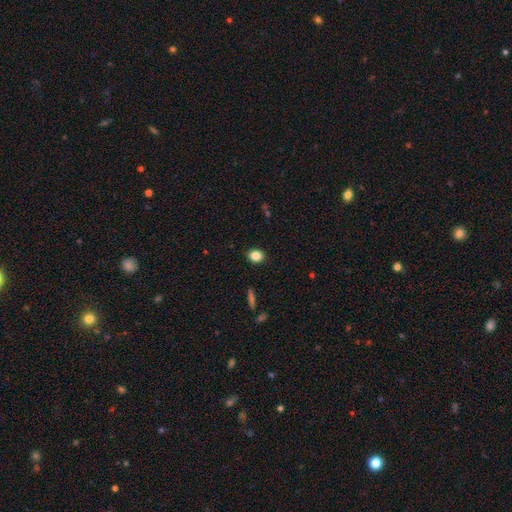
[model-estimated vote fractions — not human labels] A smooth galaxy with no disk features (84%) that is round (61%). Merging: none (90%).